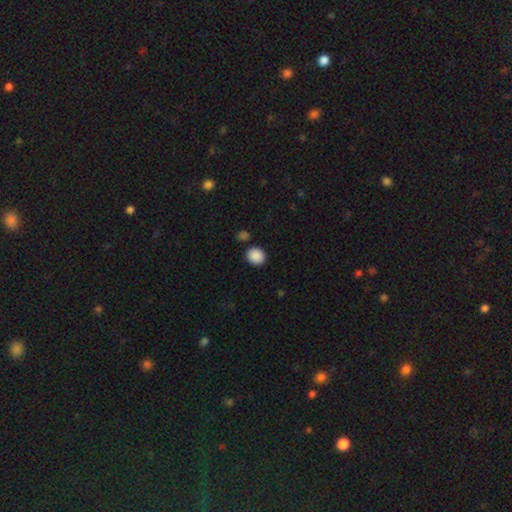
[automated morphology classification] Q: Smooth or featured?
A: smooth (89%); runner-up: star or artifact (9%)
Q: How rounded?
A: round (80%); runner-up: in between (19%)
Q: Merging?
A: none (86%); runner-up: minor disturbance (7%)